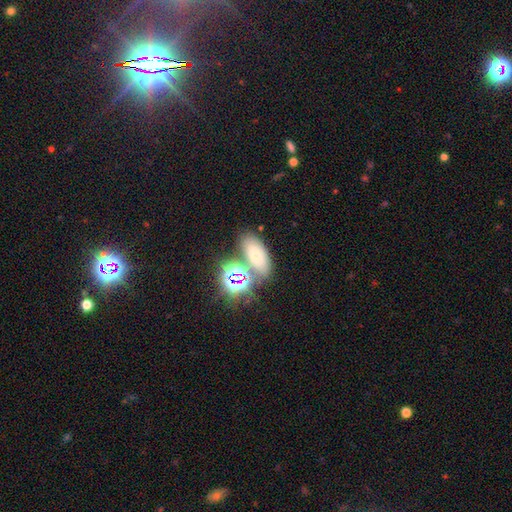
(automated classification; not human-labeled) Smooth or featured? Predicted: smooth (p=0.60). How rounded? Predicted: in between (p=0.76). Merging? Predicted: none (p=0.64).